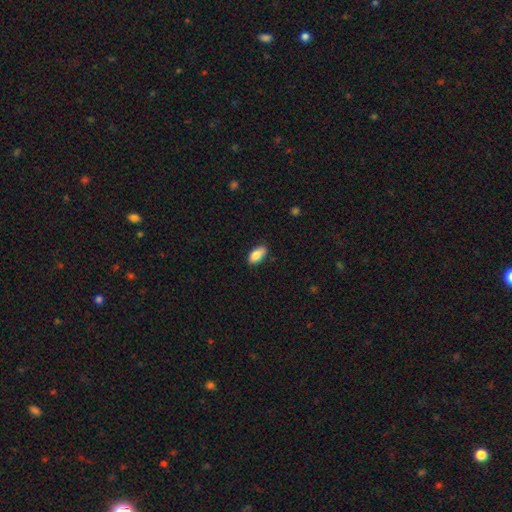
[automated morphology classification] Overall: smooth (84%). How rounded: in between (90%). Merging: none (80%).